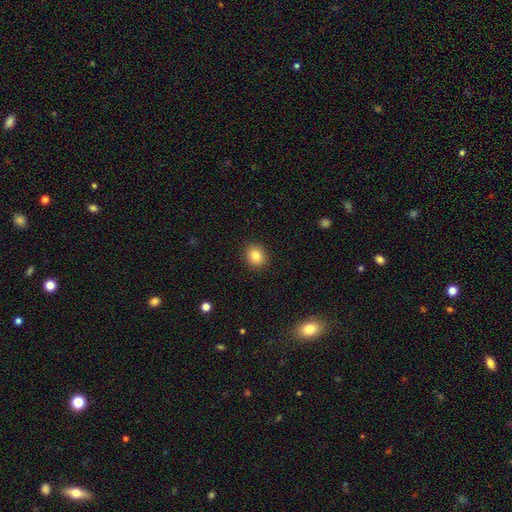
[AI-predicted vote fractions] A smooth galaxy with no disk features (84%) that is round (72%). Merging: none (91%).